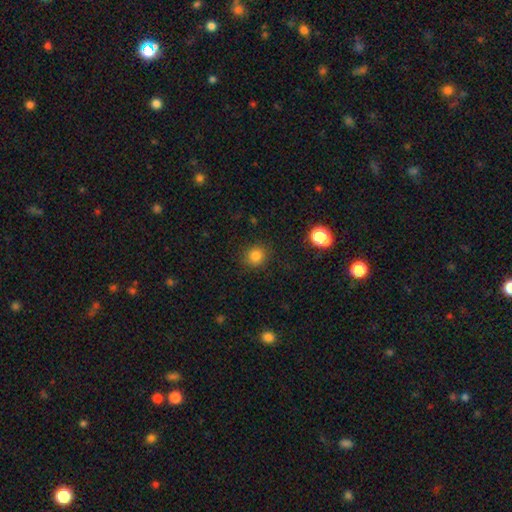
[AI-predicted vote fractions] Q: Smooth or featured?
A: smooth (82%); runner-up: star or artifact (13%)
Q: How rounded?
A: round (85%); runner-up: in between (14%)
Q: Merging?
A: none (87%); runner-up: minor disturbance (9%)